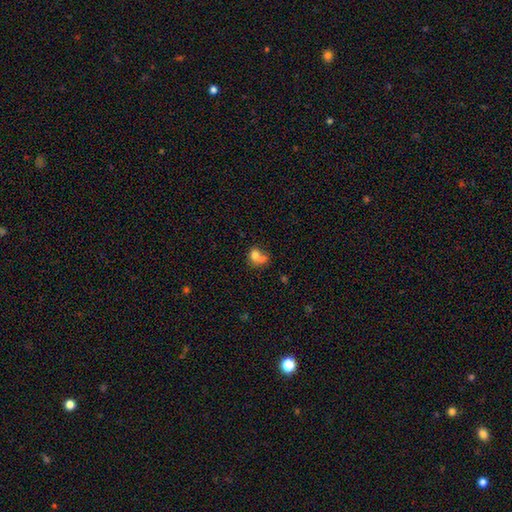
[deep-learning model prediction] Smooth or featured? smooth (73%)
How rounded? round (62%)
Merging? merger (58%)